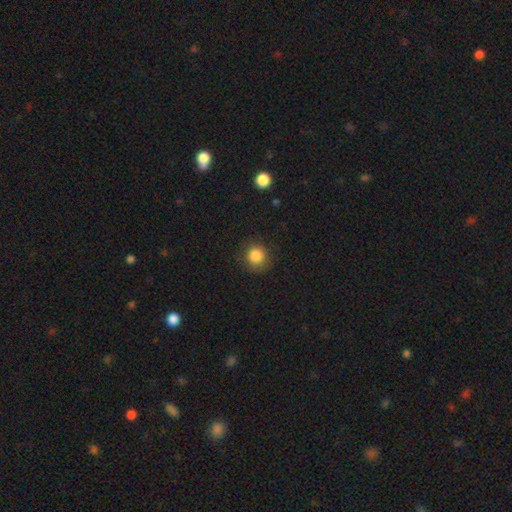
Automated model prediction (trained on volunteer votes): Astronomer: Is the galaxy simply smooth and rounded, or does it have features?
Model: smooth — 86%.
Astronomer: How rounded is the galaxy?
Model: round — 92%.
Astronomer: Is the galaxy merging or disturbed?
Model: none — 85%.